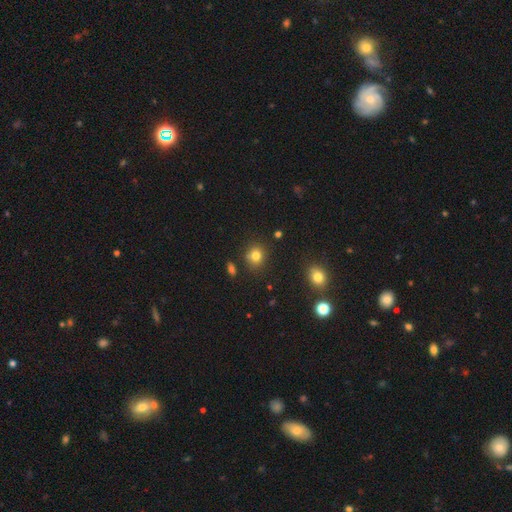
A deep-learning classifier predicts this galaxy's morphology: Smooth or featured: smooth — 80% (star or artifact — 13%)
How rounded: round — 78% (in between — 21%)
Merging: none — 80% (minor disturbance — 11%)